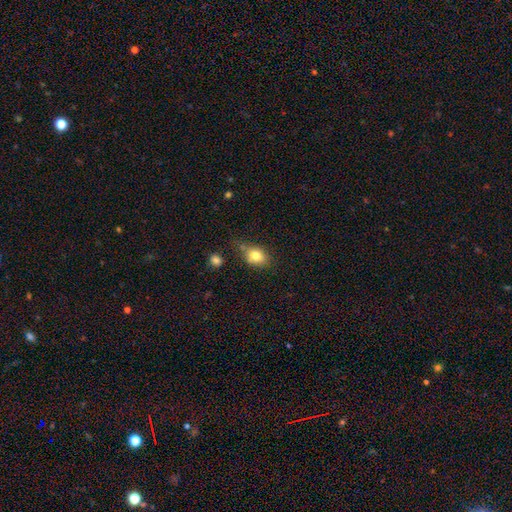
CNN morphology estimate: Smooth or featured: smooth — 79% (featured or disk — 11%)
How rounded: in between — 60% (round — 39%)
Merging: none — 60% (minor disturbance — 25%)